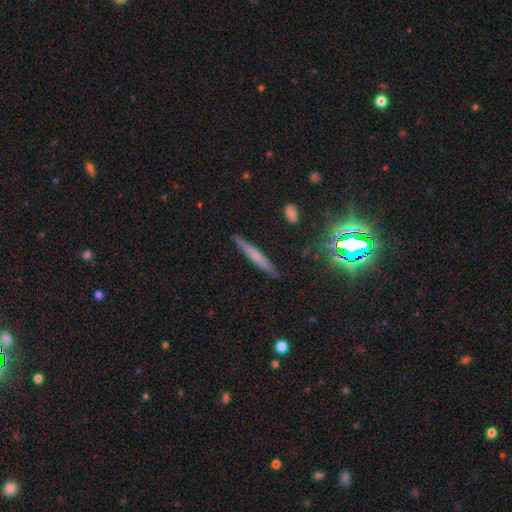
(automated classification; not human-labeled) The model was most divided on "smooth or featured": smooth: 51%, featured or disk: 36%, star or artifact: 13%. More confident: how rounded — cigar-shaped (93%); merging — none (87%).